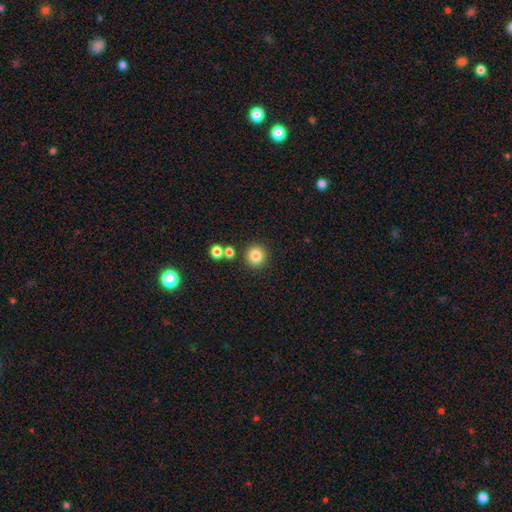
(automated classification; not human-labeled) smooth 83%, star or artifact 12%, featured or disk 5%. Down the decision tree: how rounded — round (94%); merging — none (87%).